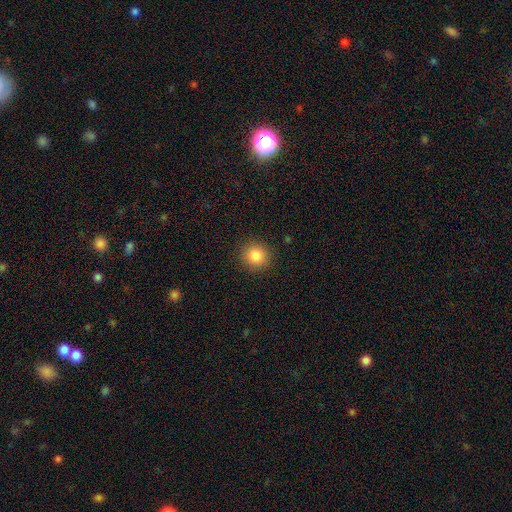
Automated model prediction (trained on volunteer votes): Smooth or featured? smooth (85%)
How rounded? round (89%)
Merging? none (90%)